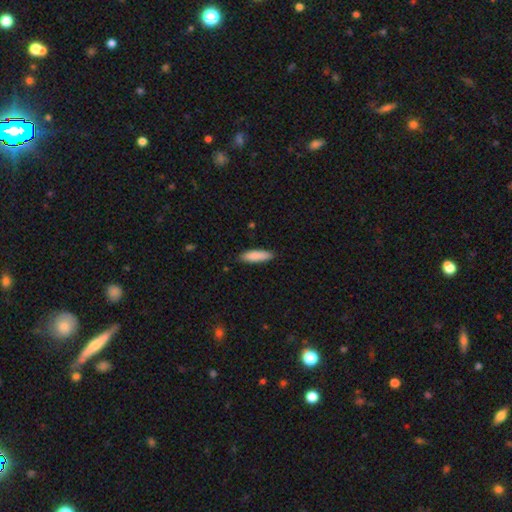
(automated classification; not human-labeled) A smooth galaxy with no disk features (88%) that is cigar-shaped (58%).

Vote fractions:
- Smooth or featured? smooth: 88% / featured or disk: 7% / star or artifact: 6%
- How rounded? cigar-shaped: 58% / in between: 41% / round: 1%
- Merging? none: 85% / minor disturbance: 12% / major disturbance: 2% / merger: 1%